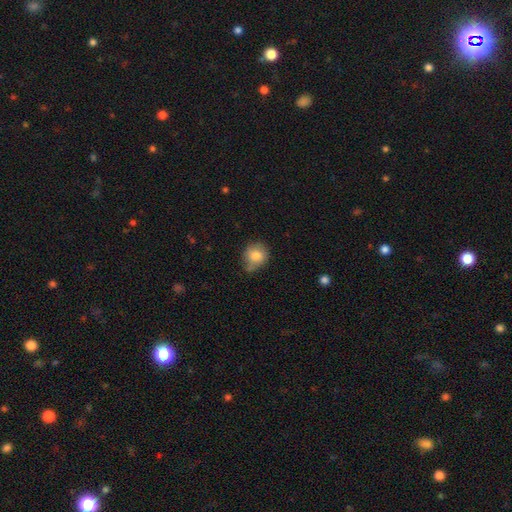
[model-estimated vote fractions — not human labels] smooth-or-featured: smooth: 79% | featured or disk: 12% | star or artifact: 9%
  how-rounded: round: 68% | in between: 31% | cigar-shaped: 1%
  merging: none: 57% | minor disturbance: 33% | major disturbance: 7% | merger: 4%